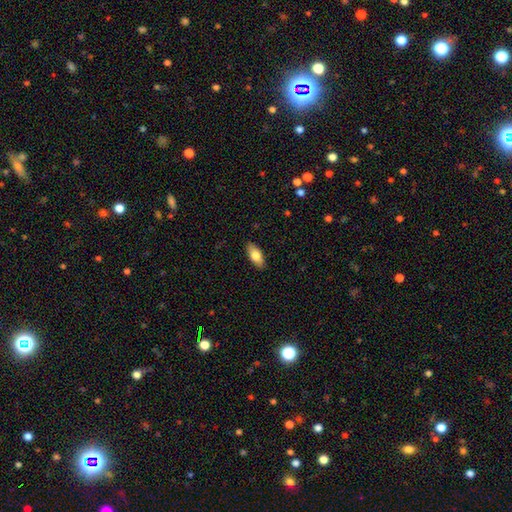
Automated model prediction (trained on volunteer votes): Morphology: type=smooth (75%); roundness=in between (85%); merging=none (88%).